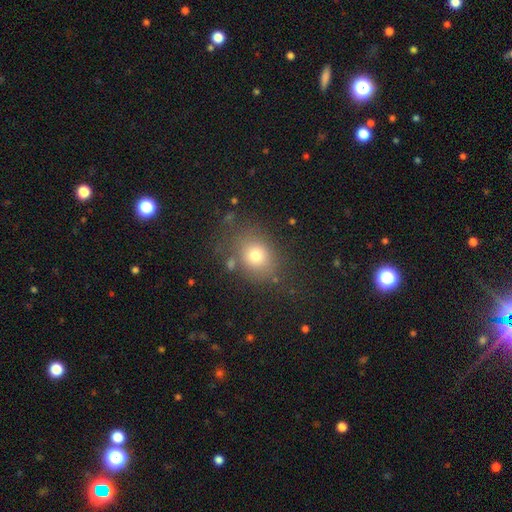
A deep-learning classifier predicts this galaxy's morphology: This is likely a smooth galaxy (74%). How rounded: possibly round (55%). Merging: likely none (75%).